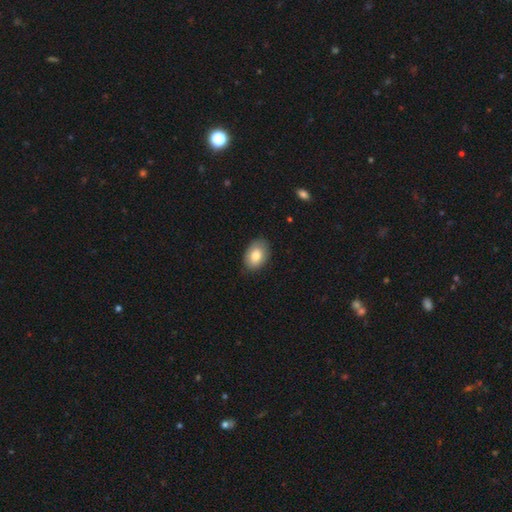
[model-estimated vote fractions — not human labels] This is likely a smooth galaxy (80%). How rounded: clearly in between (86%). Merging: clearly none (81%).